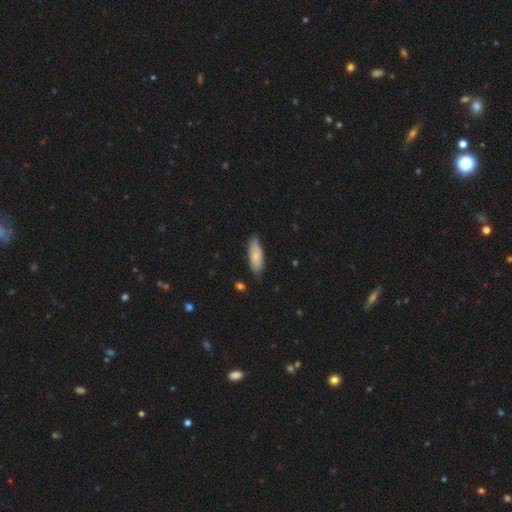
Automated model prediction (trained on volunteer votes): Q: Smooth or featured?
A: smooth (78%); runner-up: featured or disk (16%)
Q: How rounded?
A: in between (68%); runner-up: cigar-shaped (30%)
Q: Merging?
A: none (76%); runner-up: minor disturbance (19%)